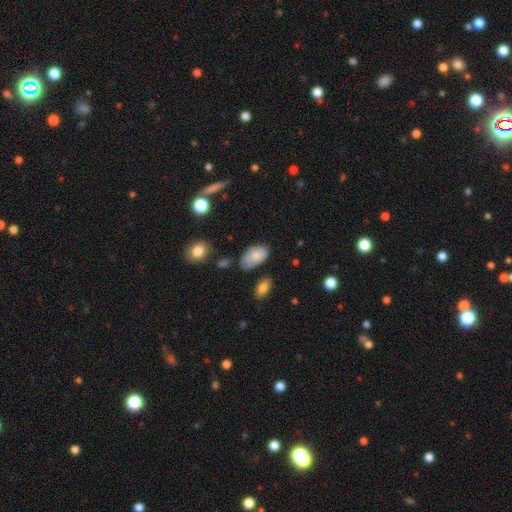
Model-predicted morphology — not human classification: This is likely a smooth galaxy (77%). How rounded: clearly in between (93%). Merging: possibly none (59%).